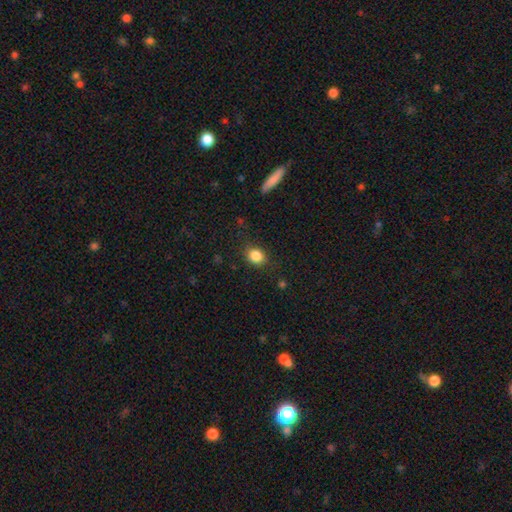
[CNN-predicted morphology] Q: Smooth or featured?
A: smooth (85%); runner-up: star or artifact (10%)
Q: How rounded?
A: round (59%); runner-up: in between (40%)
Q: Merging?
A: none (83%); runner-up: minor disturbance (12%)